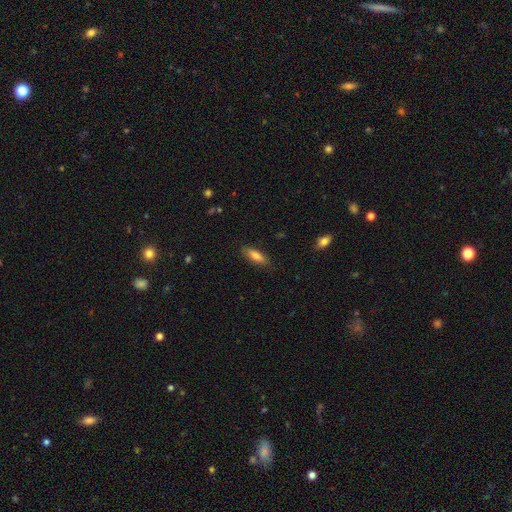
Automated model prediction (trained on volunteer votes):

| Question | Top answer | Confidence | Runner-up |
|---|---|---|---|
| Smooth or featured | smooth | 79% | featured or disk (14%) |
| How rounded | in between | 57% | cigar-shaped (41%) |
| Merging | none | 83% | minor disturbance (13%) |